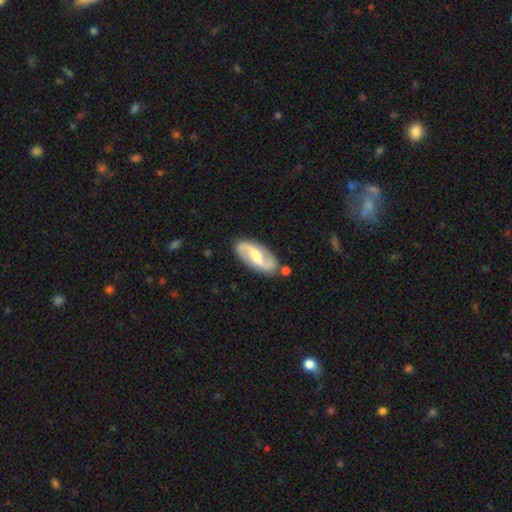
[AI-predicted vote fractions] Smooth or featured?
  - featured or disk: 85% *
  - smooth: 11%
  - star or artifact: 4%
Edge-on disk?
  - no: 96% *
  - yes: 4%
Bar?
  - weak: 46% *
  - strong: 28%
  - no: 26%
Spiral arms?
  - yes: 96% *
  - no: 4%
Spiral winding?
  - loose: 43% * (tied)
  - medium: 43% * (tied)
  - tight: 14%
Spiral arm count?
  - 2: 93% *
  - can't tell: 2%
  - 1: 1%
  - 3: 1%
  - 4: 1%
  - more than 4: 1%
Bulge size?
  - moderate: 57% *
  - small: 23%
  - large: 13%
  - none: 5%
  - dominant: 2%
Merging?
  - none: 84% *
  - minor disturbance: 10%
  - merger: 3%
  - major disturbance: 3%